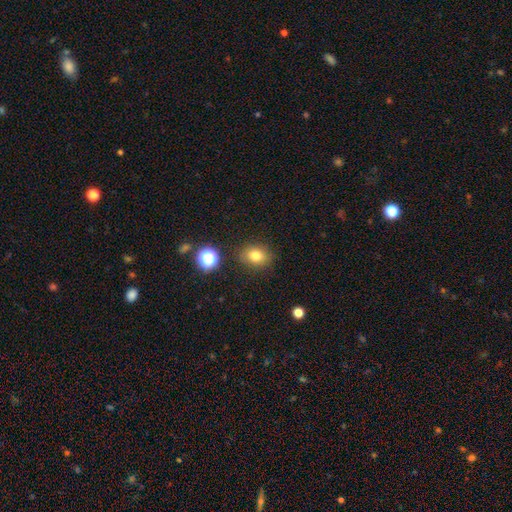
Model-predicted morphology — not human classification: smooth_or_featured: smooth (p=0.77) [alt: star or artifact p=0.14]
how_rounded: in between (p=0.51) [alt: round p=0.48]
merging: none (p=0.85) [alt: minor disturbance p=0.10]